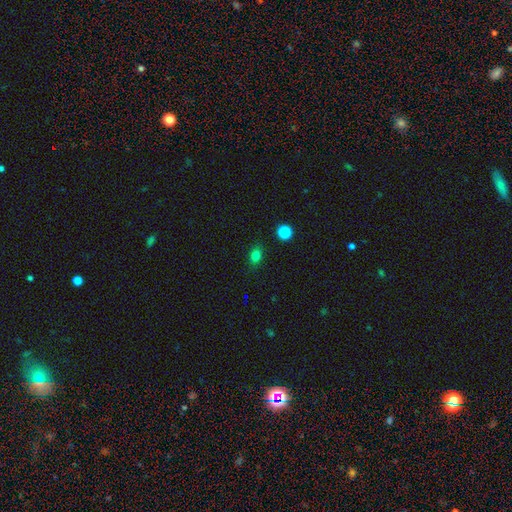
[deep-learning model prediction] smooth 78%, star or artifact 16%, featured or disk 6%. Down the decision tree: how rounded — in between (64%); merging — none (85%).